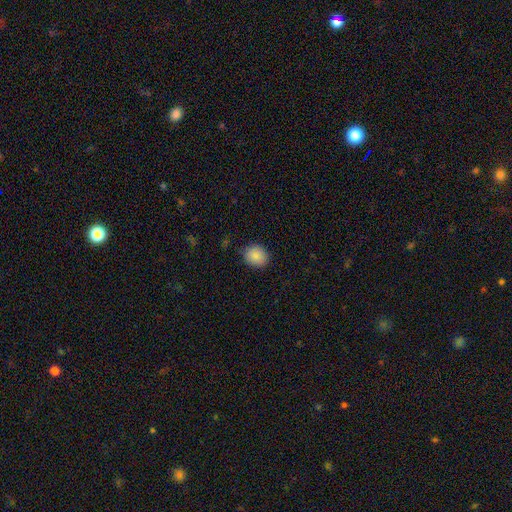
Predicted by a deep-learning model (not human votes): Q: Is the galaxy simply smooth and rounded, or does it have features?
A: smooth — 88%.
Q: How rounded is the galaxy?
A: round — 66%.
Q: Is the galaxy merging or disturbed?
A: none — 84%.